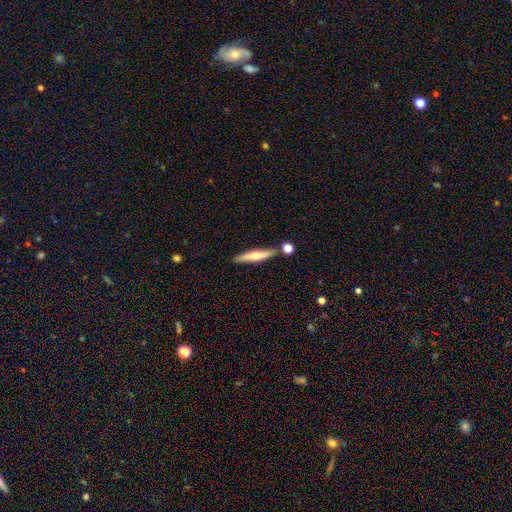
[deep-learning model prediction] The model was most divided on "smooth or featured": smooth: 58%, featured or disk: 37%, star or artifact: 6%. More confident: how rounded — cigar-shaped (89%); merging — none (78%).